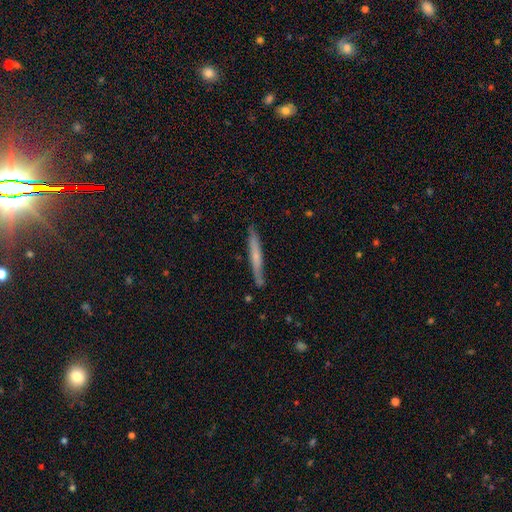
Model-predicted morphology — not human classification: The model was most divided on "smooth or featured": smooth: 51%, featured or disk: 43%, star or artifact: 6%. More confident: how rounded — cigar-shaped (96%); merging — none (85%).